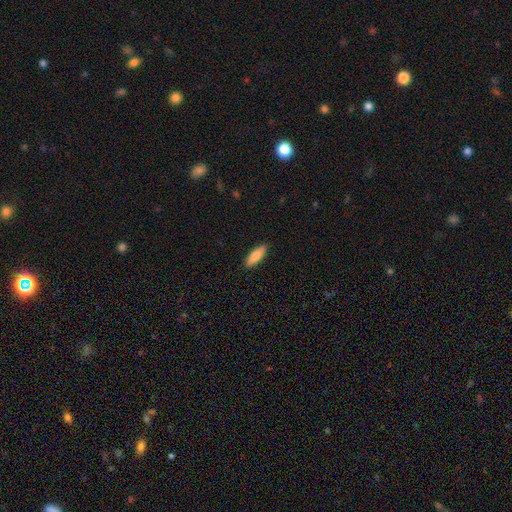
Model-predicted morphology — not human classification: smooth-or-featured: smooth: 82% | featured or disk: 13% | star or artifact: 6%
  how-rounded: in between: 57% | cigar-shaped: 42% | round: 2%
  merging: none: 89% | minor disturbance: 8% | major disturbance: 2% | merger: 1%